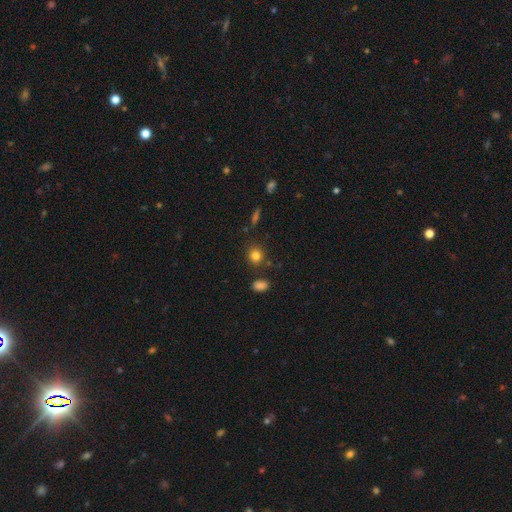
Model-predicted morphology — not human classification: type=smooth (83%); roundness=round (81%); merging=none (84%).